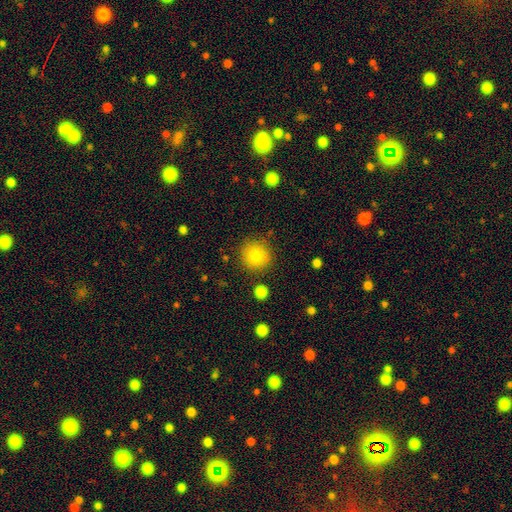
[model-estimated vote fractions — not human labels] This appears to be a smooth galaxy with no disk features (82%) that is round (93%). Merging: none (87%).